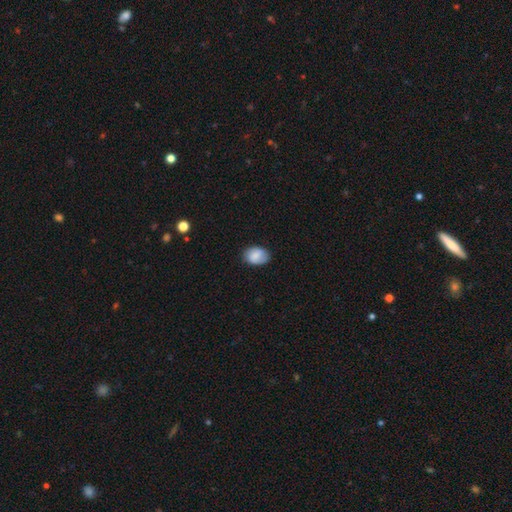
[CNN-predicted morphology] type=smooth (81%); roundness=in between (75%); merging=none (79%).